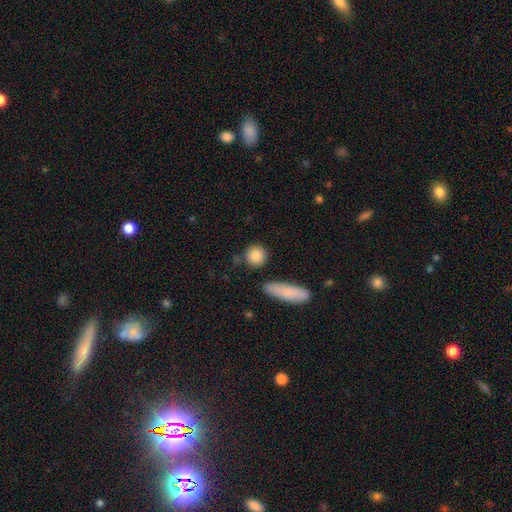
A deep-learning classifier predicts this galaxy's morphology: Overall: smooth (86%). How rounded: round (86%). Merging: none (82%).